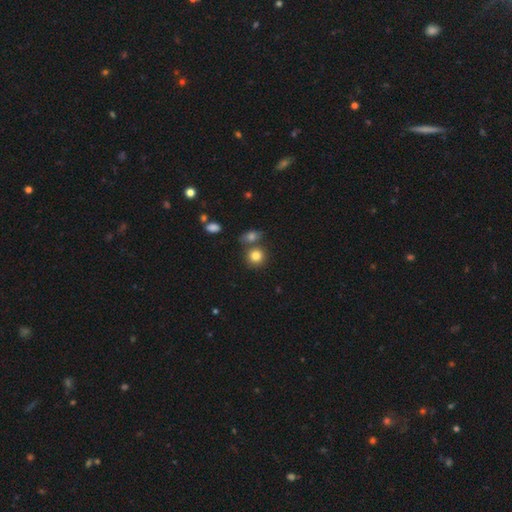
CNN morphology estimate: The model was most divided on "merging": none: 67%, merger: 21%, minor disturbance: 9%, major disturbance: 3%. More confident: how rounded — round (86%); smooth or featured — smooth (82%).